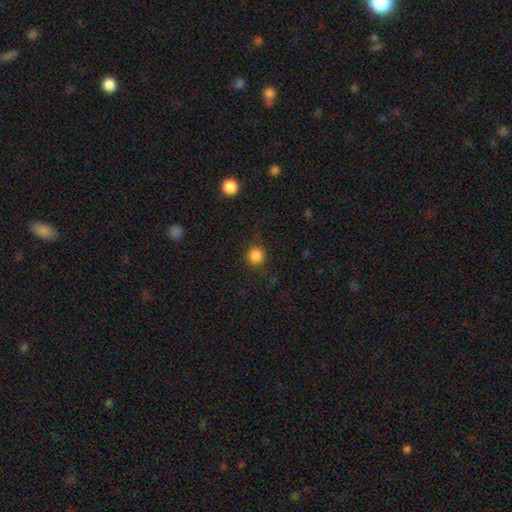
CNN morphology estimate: Smooth or featured: smooth — 86% (star or artifact — 11%)
How rounded: round — 93% (in between — 7%)
Merging: none — 87% (minor disturbance — 9%)